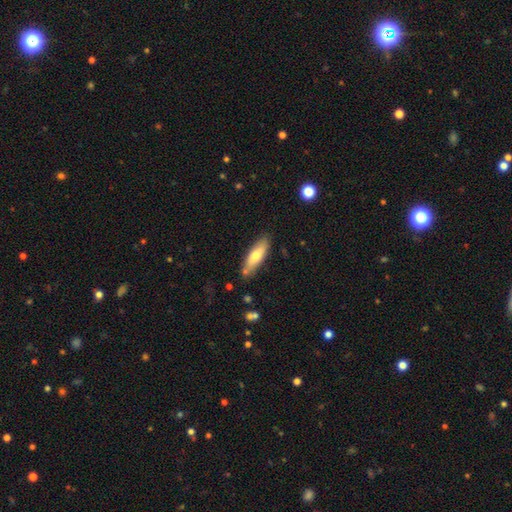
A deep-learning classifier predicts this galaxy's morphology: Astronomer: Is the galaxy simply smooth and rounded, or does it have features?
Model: smooth — 68%.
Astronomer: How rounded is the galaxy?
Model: cigar-shaped — 51% (runner-up: in between, 48%).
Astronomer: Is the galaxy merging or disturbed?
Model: none — 80%.